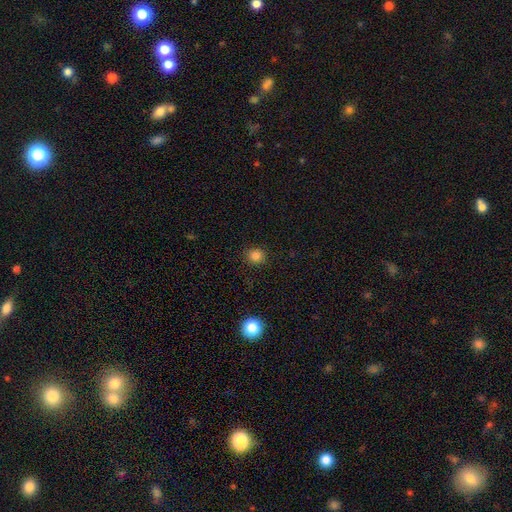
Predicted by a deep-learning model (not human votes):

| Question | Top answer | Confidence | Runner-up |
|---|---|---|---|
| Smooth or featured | smooth | 83% | star or artifact (13%) |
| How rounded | round | 89% | in between (10%) |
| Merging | none | 90% | minor disturbance (7%) |